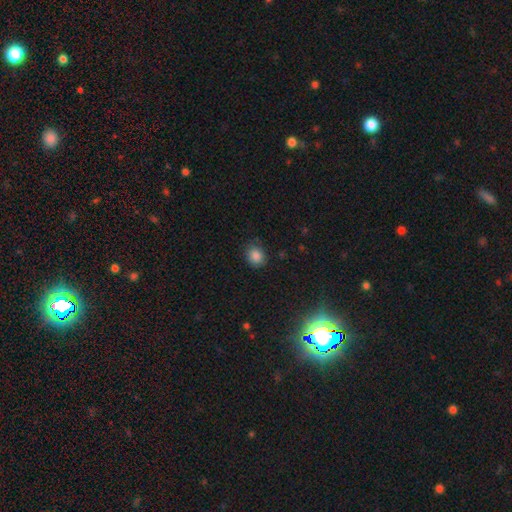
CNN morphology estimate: smooth 85%, star or artifact 10%, featured or disk 5%. Down the decision tree: how rounded — round (69%); merging — none (81%).